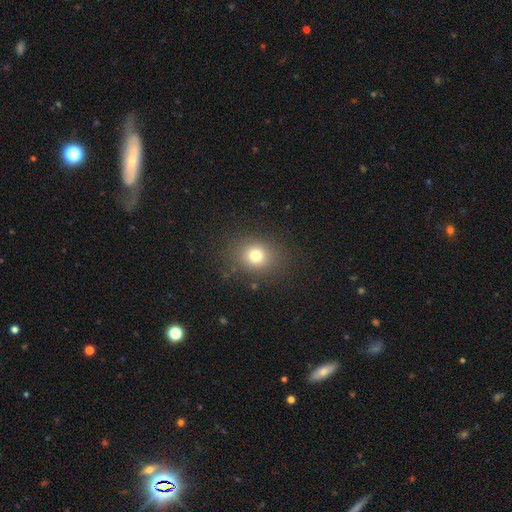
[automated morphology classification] Smooth or featured?
  - smooth: 76% *
  - star or artifact: 15%
  - featured or disk: 9%
How rounded?
  - round: 66% *
  - in between: 33%
  - cigar-shaped: 1%
Merging?
  - none: 85% *
  - minor disturbance: 9%
  - major disturbance: 5%
  - merger: 1%